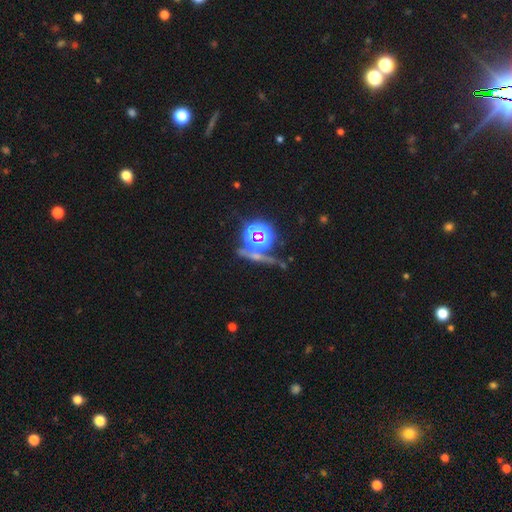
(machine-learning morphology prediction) The model was most divided on "smooth or featured": star or artifact: 59%, smooth: 22%, featured or disk: 20%.